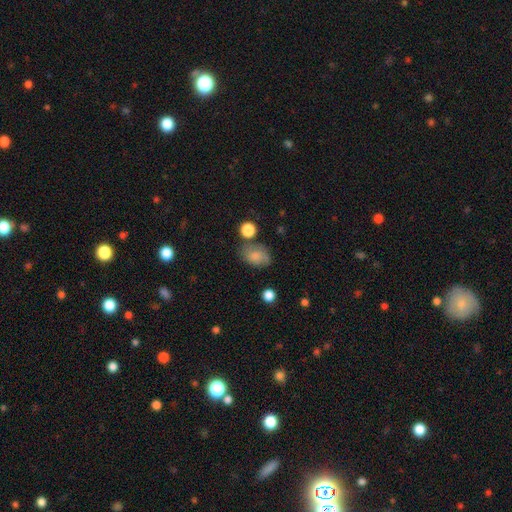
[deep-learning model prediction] The model was most divided on "merging": none: 55%, minor disturbance: 25%, major disturbance: 10%, merger: 9%. More confident: smooth or featured — smooth (77%); how rounded — in between (77%).